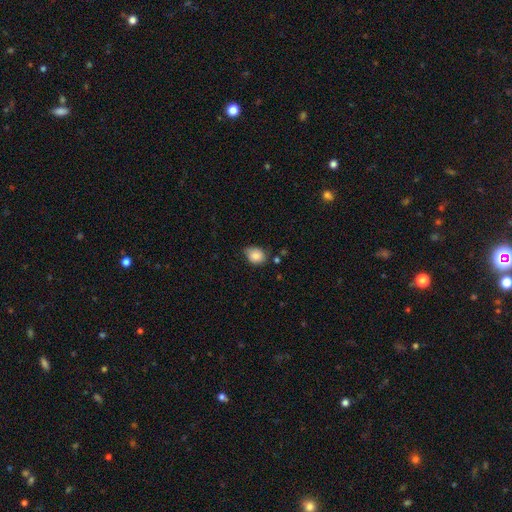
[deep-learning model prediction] smooth 85%, star or artifact 9%, featured or disk 6%. Down the decision tree: how rounded — in between (52%); merging — none (62%).